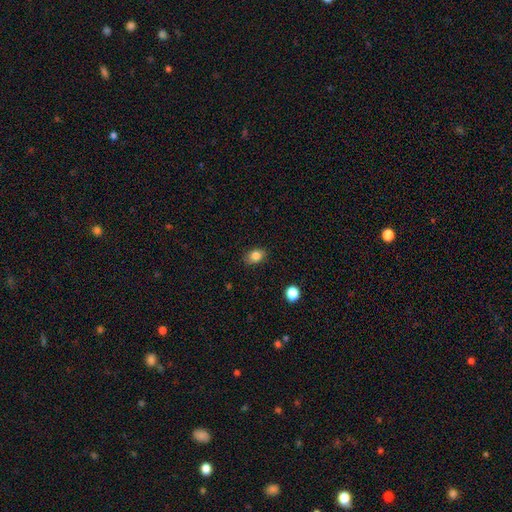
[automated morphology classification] type=smooth (83%); roundness=in between (74%); merging=none (85%).